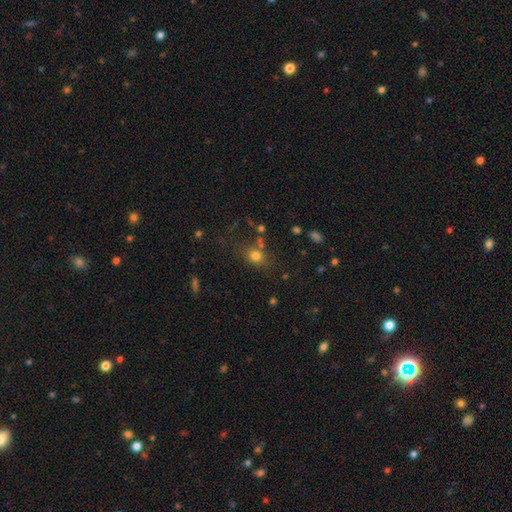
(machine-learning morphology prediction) smooth 74%, star or artifact 17%, featured or disk 9%. Down the decision tree: how rounded — round (62%); merging — none (69%).